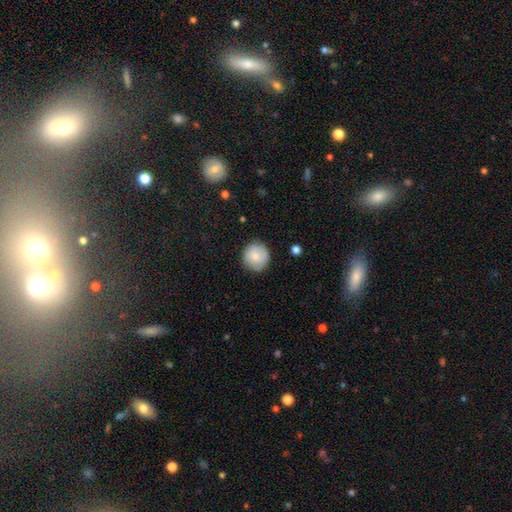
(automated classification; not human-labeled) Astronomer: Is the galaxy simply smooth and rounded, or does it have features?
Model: smooth — 80%.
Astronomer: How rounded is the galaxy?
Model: round — 94%.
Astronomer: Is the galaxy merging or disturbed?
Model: none — 85%.